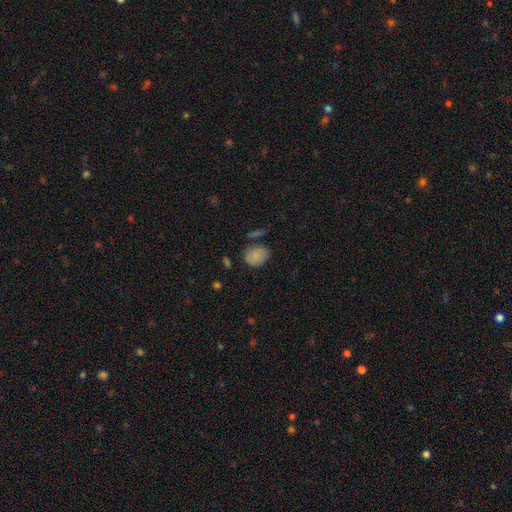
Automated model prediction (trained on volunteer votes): Smooth or featured? Predicted: smooth (p=0.83). How rounded? Predicted: in between (p=0.53). Merging? Predicted: none (p=0.68).